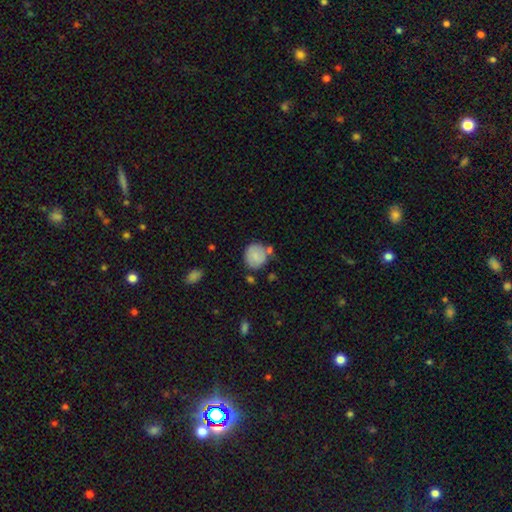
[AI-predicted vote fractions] This is likely a smooth galaxy (79%). How rounded: clearly round (83%). Merging: likely none (62%).